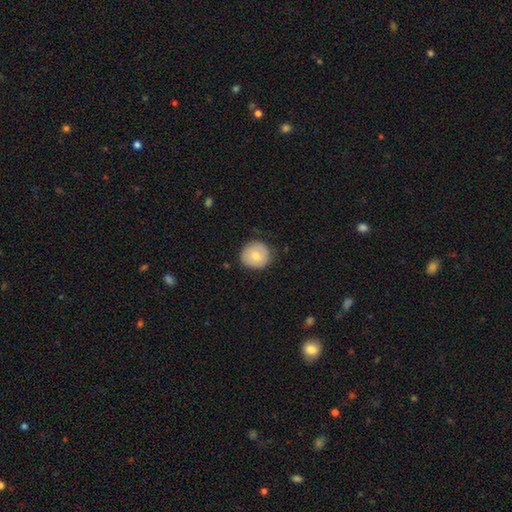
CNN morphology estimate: Smooth or featured: smooth — 72% (featured or disk — 21%)
How rounded: round — 91% (in between — 8%)
Merging: none — 83% (minor disturbance — 13%)